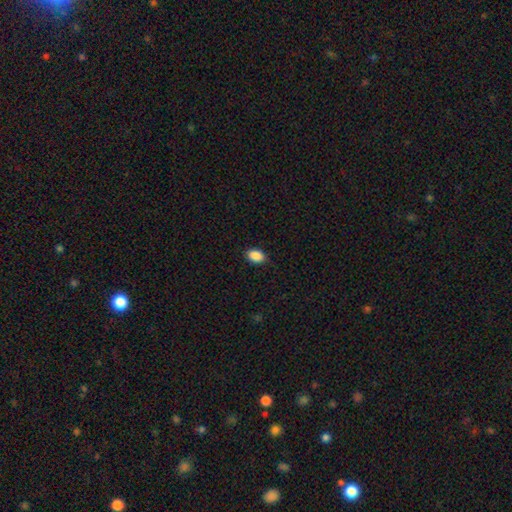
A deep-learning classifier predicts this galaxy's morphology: Smooth or featured? smooth (89%)
How rounded? in between (85%)
Merging? none (87%)